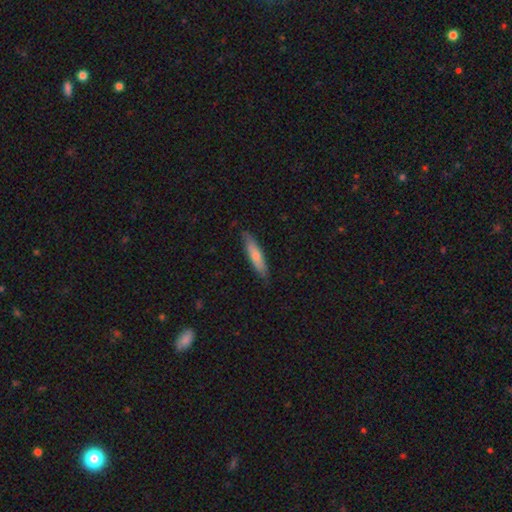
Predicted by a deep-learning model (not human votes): Overall: smooth (60%; featured or disk 35%). How rounded: cigar-shaped (83%). Merging: none (84%).